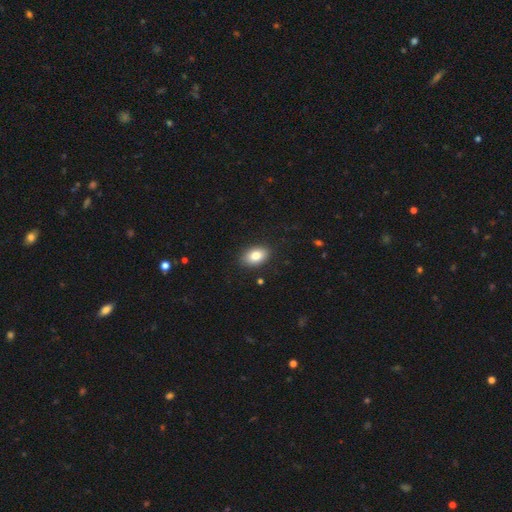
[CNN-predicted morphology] This is clearly a smooth galaxy (83%). How rounded: clearly in between (89%). Merging: clearly none (88%).